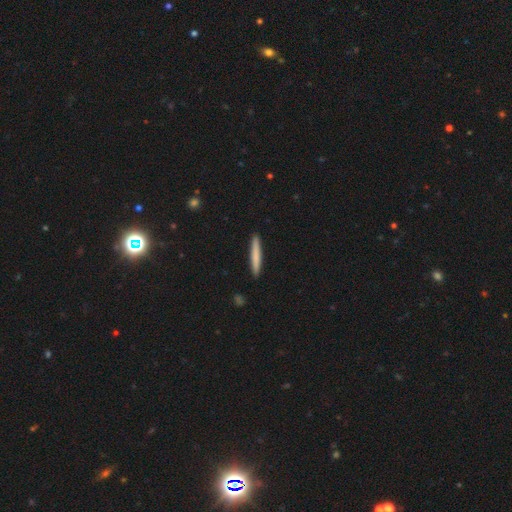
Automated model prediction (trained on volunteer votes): Smooth or featured? Predicted: smooth (p=0.76). How rounded? Predicted: cigar-shaped (p=0.96). Merging? Predicted: none (p=0.92).